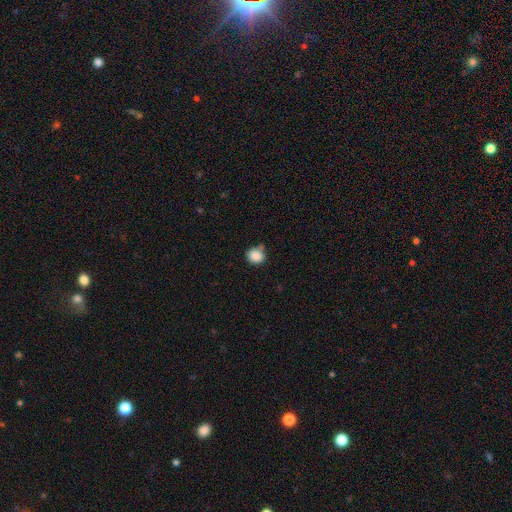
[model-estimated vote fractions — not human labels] This is clearly a smooth galaxy (87%). How rounded: clearly round (83%). Merging: likely none (70%).